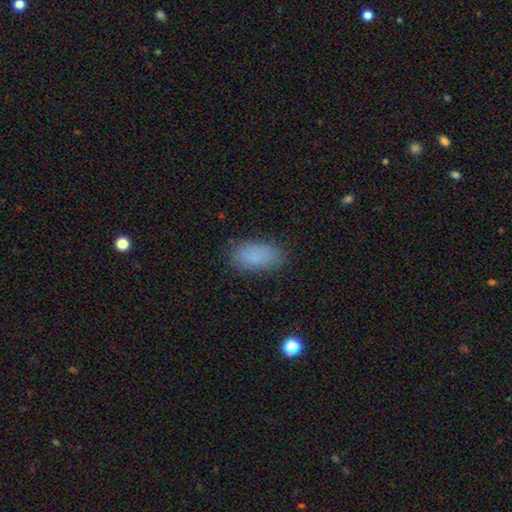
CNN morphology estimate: Smooth or featured: smooth — 86% (star or artifact — 9%)
How rounded: in between — 92% (cigar-shaped — 4%)
Merging: none — 82% (minor disturbance — 14%)